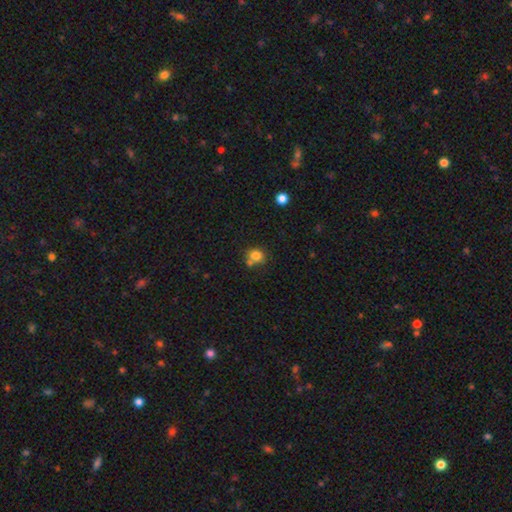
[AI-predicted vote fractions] Morphology: type=smooth (80%); roundness=round (76%); merging=none (58%).